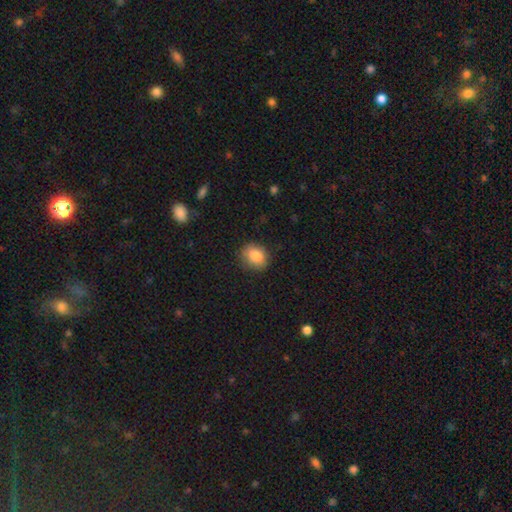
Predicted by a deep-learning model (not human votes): Smooth or featured? Predicted: smooth (p=0.85). How rounded? Predicted: round (p=0.56). Merging? Predicted: none (p=0.83).